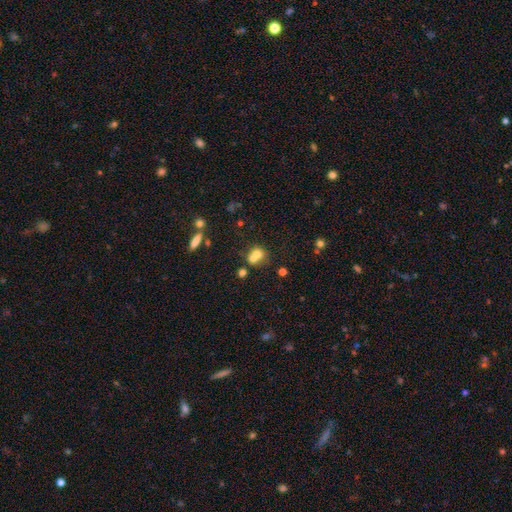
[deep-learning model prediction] Smooth or featured? Predicted: smooth (p=0.68). How rounded? Predicted: round (p=0.76). Merging? Predicted: merger (p=0.56).